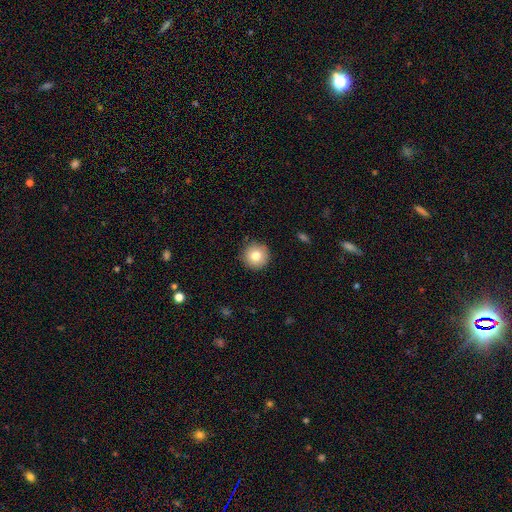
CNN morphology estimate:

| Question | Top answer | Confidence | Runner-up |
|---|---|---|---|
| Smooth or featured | smooth | 79% | featured or disk (11%) |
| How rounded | round | 96% | in between (3%) |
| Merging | none | 90% | minor disturbance (7%) |